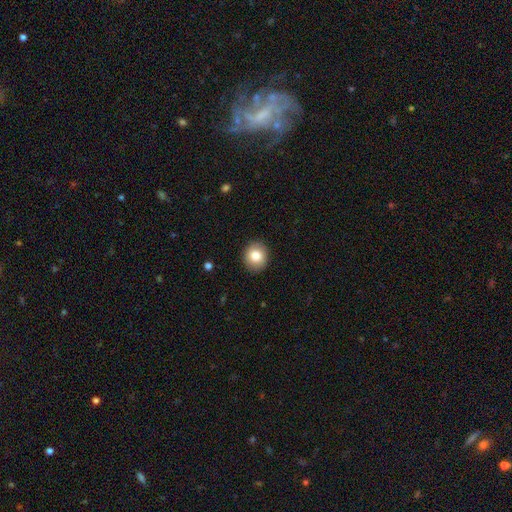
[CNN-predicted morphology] A smooth galaxy with no disk features (82%) that is round (78%).

Vote fractions:
- Smooth or featured? smooth: 82% / featured or disk: 9% / star or artifact: 9%
- How rounded? round: 78% / in between: 21% / cigar-shaped: 1%
- Merging? none: 90% / minor disturbance: 7% / major disturbance: 2% / merger: 1%